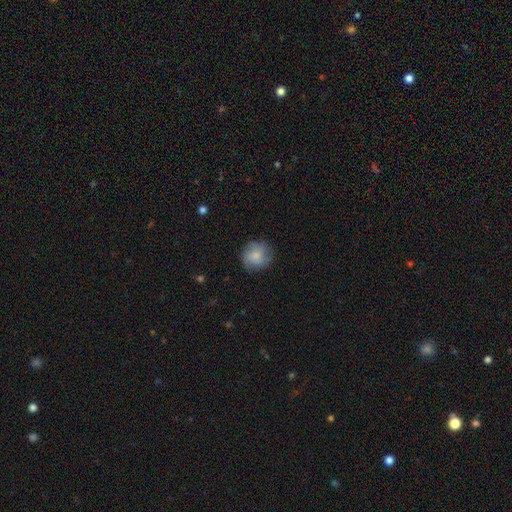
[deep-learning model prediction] This appears to be a smooth galaxy with no disk features (72%) that is round (90%). Merging: none (79%).